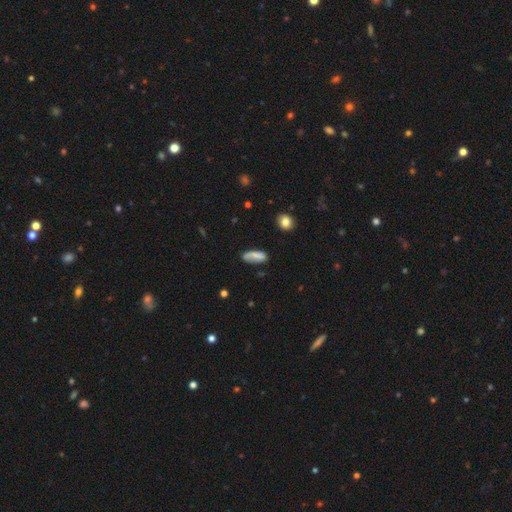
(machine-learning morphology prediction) The model was most divided on "merging": none: 62%, minor disturbance: 25%, major disturbance: 9%, merger: 4%. More confident: smooth or featured — smooth (70%); how rounded — in between (69%).